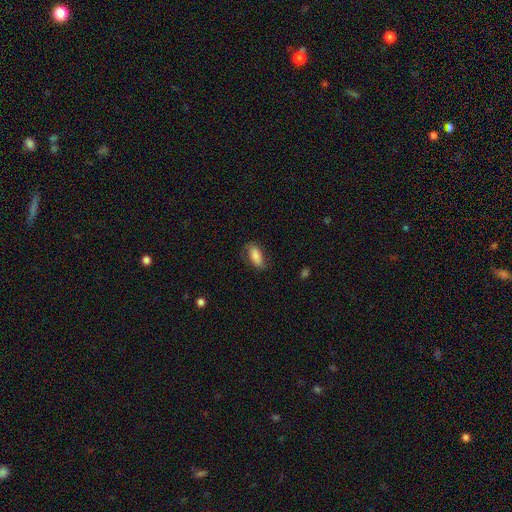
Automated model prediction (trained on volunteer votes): smooth-or-featured: smooth: 81% | featured or disk: 12% | star or artifact: 7%
  how-rounded: in between: 84% | cigar-shaped: 13% | round: 3%
  merging: none: 71% | minor disturbance: 21% | major disturbance: 7% | merger: 1%